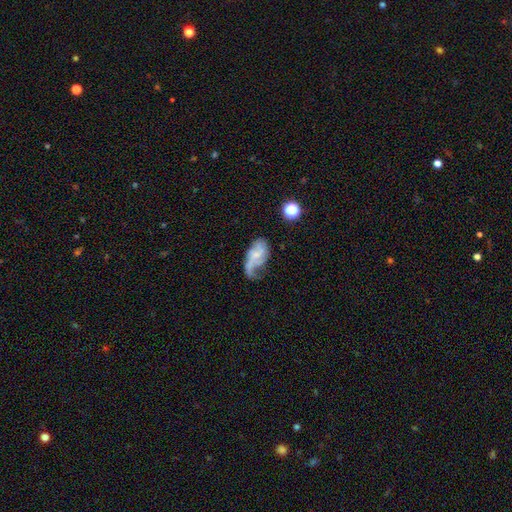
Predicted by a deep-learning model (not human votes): Smooth or featured? featured or disk (64%)
Edge-on disk? no (96%)
Bar? no (63%)
Spiral arms? yes (80%)
Bulge size? small (52%)
Merging? major disturbance (40%)